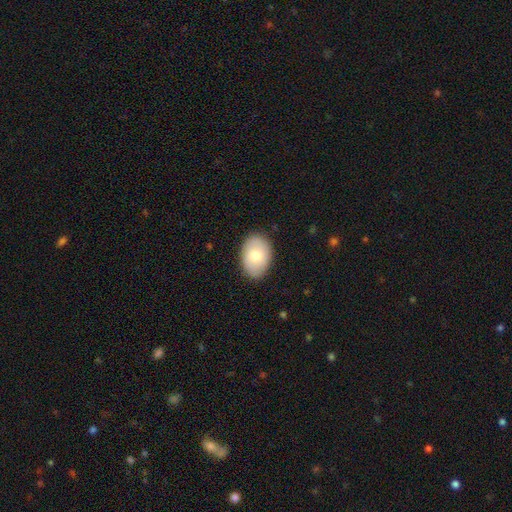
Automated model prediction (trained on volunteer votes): A smooth galaxy with no disk features (75%) that is in between round and cigar-shaped (86%). Merging: none (86%).